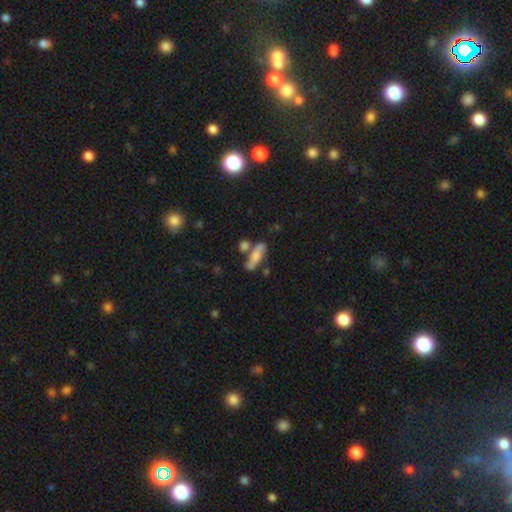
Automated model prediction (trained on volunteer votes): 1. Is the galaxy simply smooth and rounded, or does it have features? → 55% smooth, 36% featured or disk, 9% star or artifact.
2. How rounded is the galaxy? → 55% in between, 41% cigar-shaped, 5% round.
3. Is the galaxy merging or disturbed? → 49% none, 22% merger, 20% minor disturbance, 9% major disturbance.